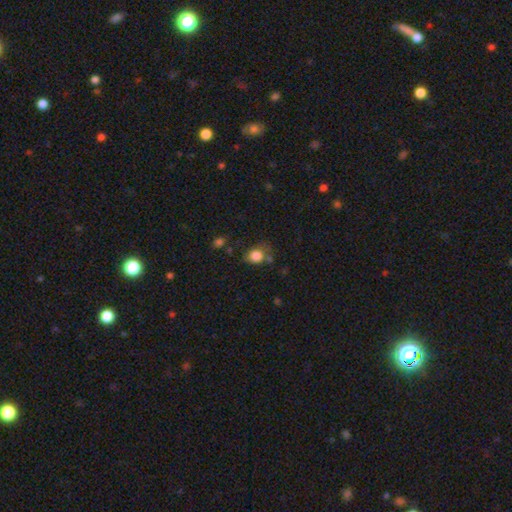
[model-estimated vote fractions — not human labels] Smooth or featured: smooth — 82% (star or artifact — 10%)
How rounded: round — 57% (in between — 42%)
Merging: none — 57% (minor disturbance — 26%)